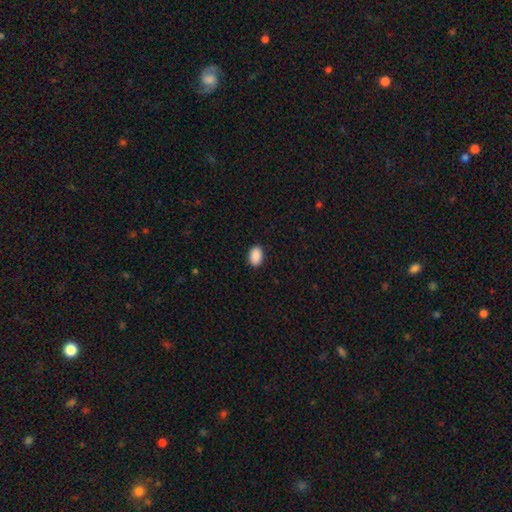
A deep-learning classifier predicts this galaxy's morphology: Smooth or featured? Predicted: smooth (p=0.91). How rounded? Predicted: in between (p=0.89). Merging? Predicted: none (p=0.89).